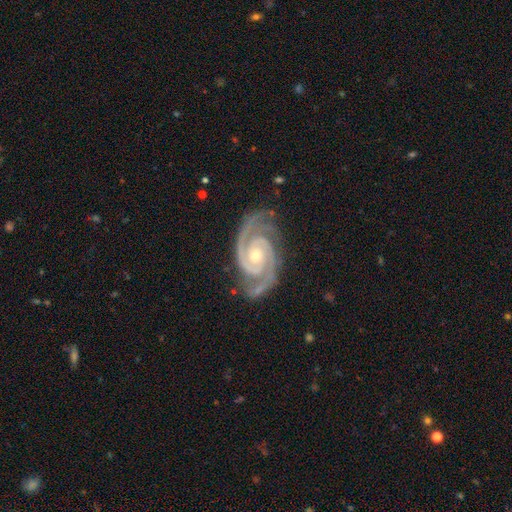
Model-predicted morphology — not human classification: Smooth or featured? featured or disk (95%)
Edge-on disk? no (98%)
Bar? no (66%)
Spiral arms? yes (99%)
Spiral winding? tight (66%)
Spiral arm count? 2 (87%)
Bulge size? small (53%)
Merging? none (78%)